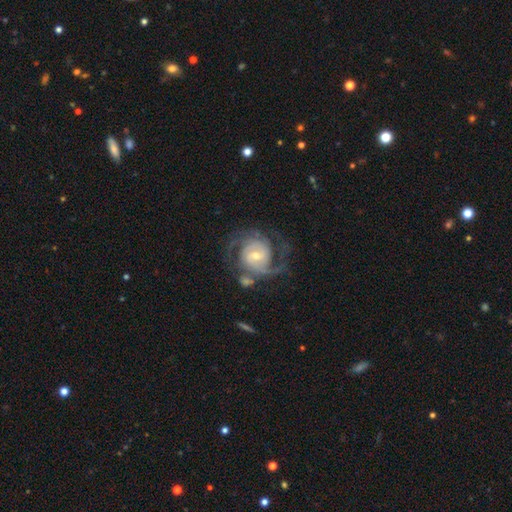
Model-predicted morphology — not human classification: Smooth or featured: featured or disk — 89% (smooth — 6%)
Edge-on disk: no — 98% (yes — 2%)
Bar: weak — 47% (no — 41%)
Spiral arms: yes — 97% (no — 3%)
Spiral winding: medium — 46% (tight — 40%)
Spiral arm count: 2 — 52% (3 — 22%)
Bulge size: moderate — 49% (small — 45%)
Merging: none — 63% (minor disturbance — 16%)